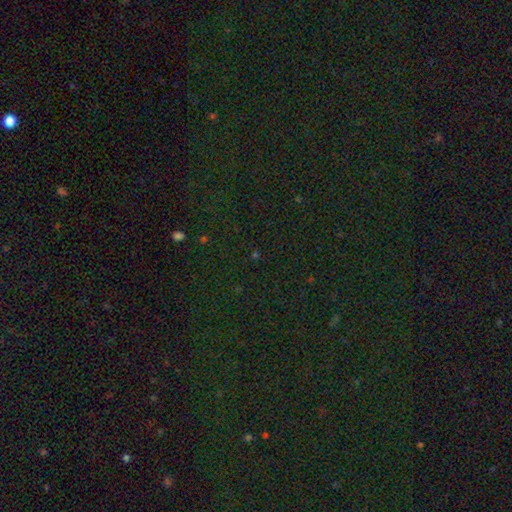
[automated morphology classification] Smooth or featured? Predicted: star or artifact (p=0.81).